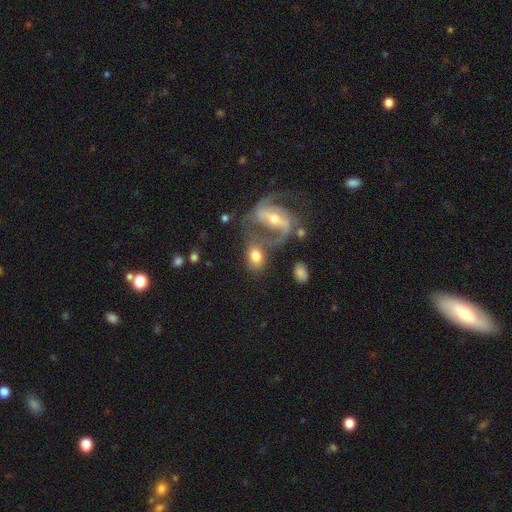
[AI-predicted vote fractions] Smooth or featured?
  - smooth: 49% *
  - featured or disk: 43%
  - star or artifact: 8%
Merging?
  - none: 41% *
  - merger: 34%
  - minor disturbance: 14%
  - major disturbance: 11%